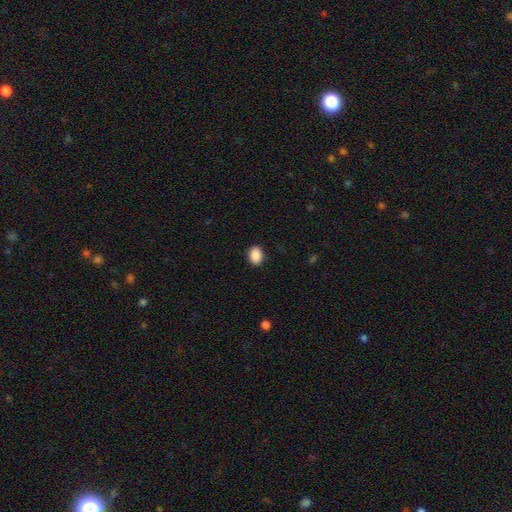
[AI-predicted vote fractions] Overall: smooth (89%). How rounded: in between (67%; round 32%). Merging: none (90%).